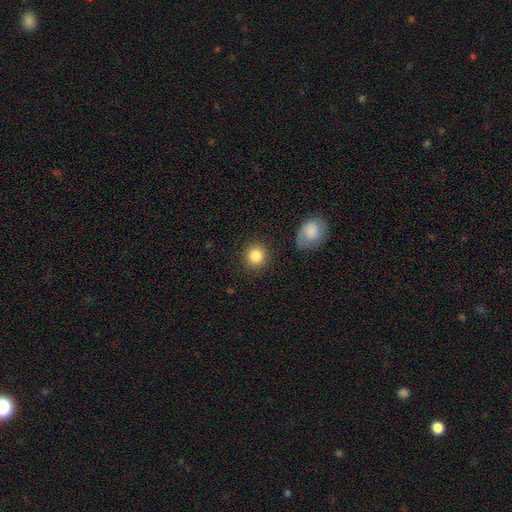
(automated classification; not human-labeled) Smooth or featured? Predicted: smooth (p=0.85). How rounded? Predicted: round (p=0.87). Merging? Predicted: none (p=0.86).